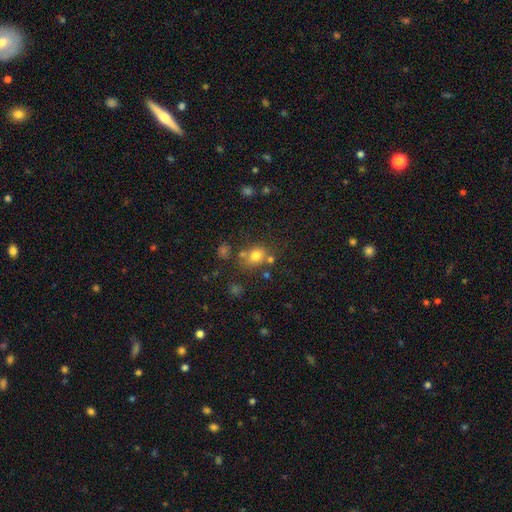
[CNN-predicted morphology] This is likely a smooth galaxy (75%). How rounded: likely round (62%). Merging: likely none (65%).